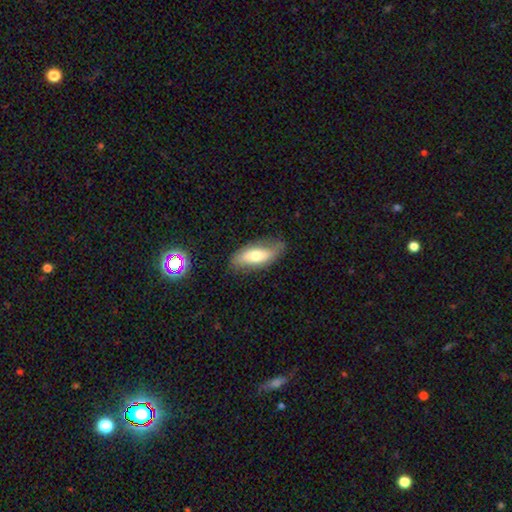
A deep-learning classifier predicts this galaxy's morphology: Q: Smooth or featured?
A: smooth (58%); runner-up: featured or disk (35%)
Q: How rounded?
A: in between (72%); runner-up: cigar-shaped (25%)
Q: Merging?
A: none (67%); runner-up: minor disturbance (24%)